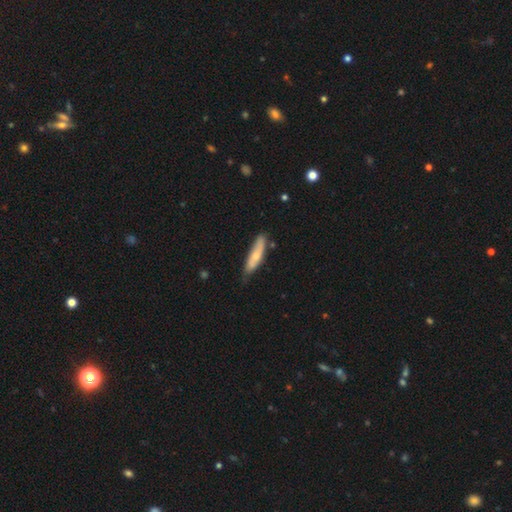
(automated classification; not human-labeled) smooth 63%, featured or disk 32%, star or artifact 5%. Down the decision tree: how rounded — cigar-shaped (72%); merging — none (68%).